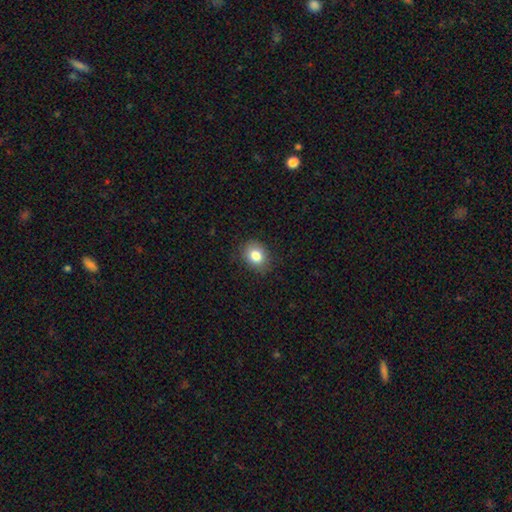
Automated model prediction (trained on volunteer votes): smooth_or_featured: smooth (p=0.82) [alt: star or artifact p=0.10]
how_rounded: round (p=0.56) [alt: in between p=0.44]
merging: none (p=0.85) [alt: minor disturbance p=0.11]